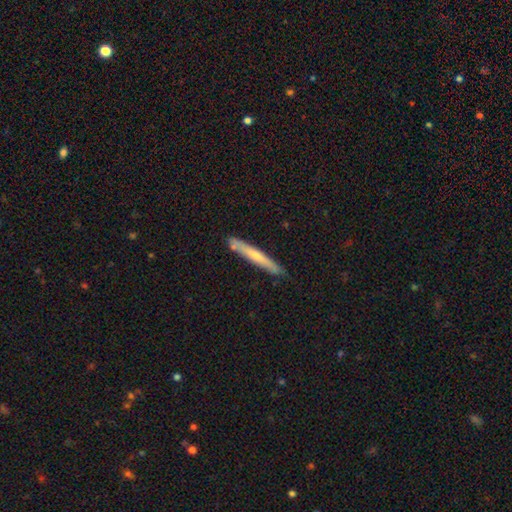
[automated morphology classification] type=smooth (58%); roundness=cigar-shaped (96%); merging=none (81%).